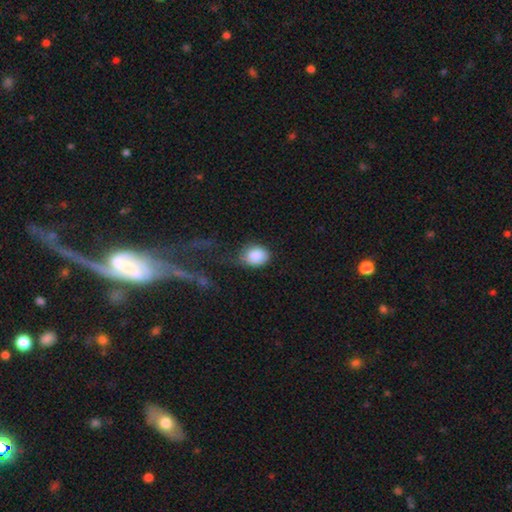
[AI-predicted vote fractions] Overall: smooth (85%). How rounded: in between (55%; round 44%). Merging: none (47%; minor disturbance 31%).